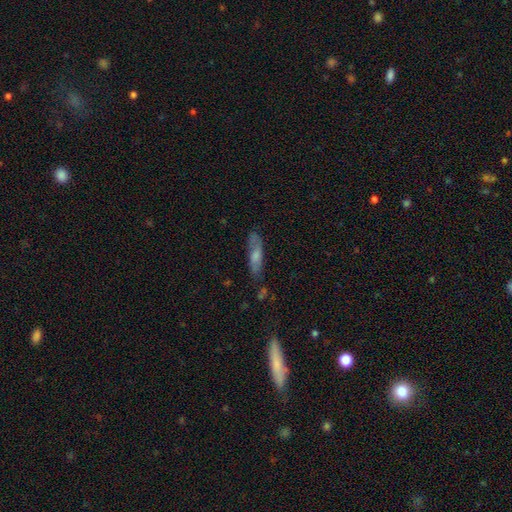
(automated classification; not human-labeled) Q: Smooth or featured?
A: smooth (59%); runner-up: featured or disk (33%)
Q: How rounded?
A: cigar-shaped (62%); runner-up: in between (36%)
Q: Merging?
A: none (69%); runner-up: minor disturbance (21%)